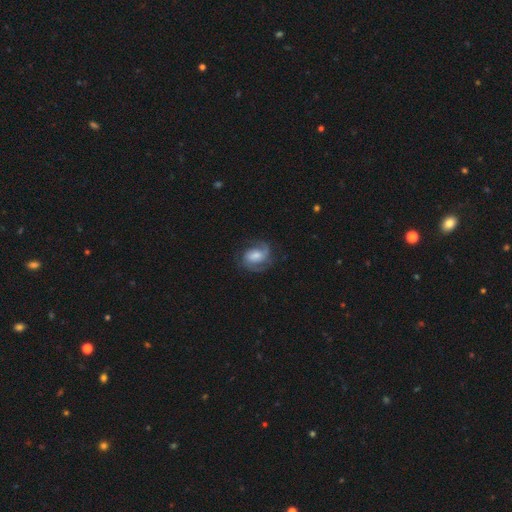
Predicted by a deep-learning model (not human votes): The model was most divided on "bar": no: 43%, weak: 42%, strong: 16%. Remaining: edge-on disk — no (98%); spiral arms — yes (94%); spiral arm count — 2 (76%); smooth or featured — featured or disk (74%); merging — none (68%); spiral winding — medium (49%); bulge size — moderate (37%).